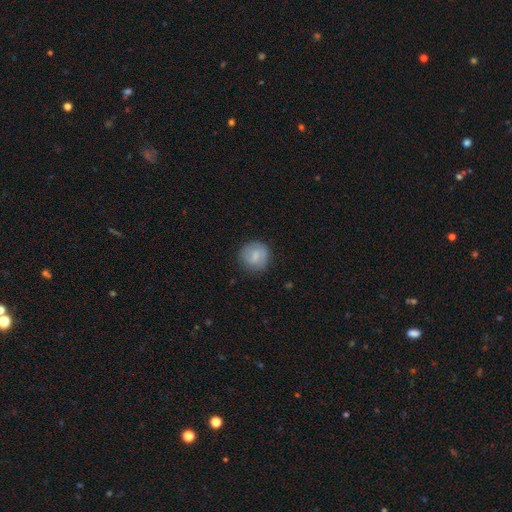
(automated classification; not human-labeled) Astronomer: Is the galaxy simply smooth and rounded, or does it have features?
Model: smooth — 74%.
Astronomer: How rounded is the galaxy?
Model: round — 90%.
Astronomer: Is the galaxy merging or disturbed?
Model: none — 80%.